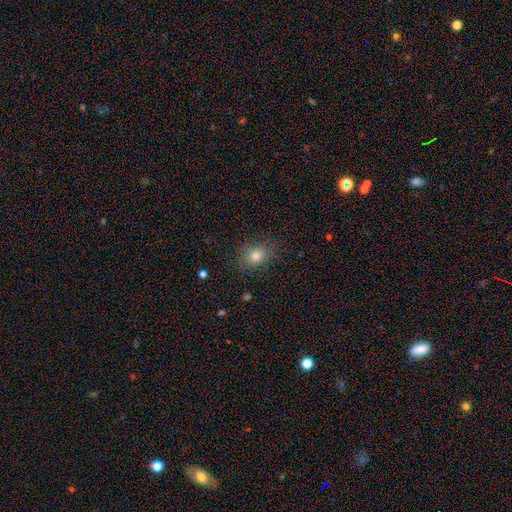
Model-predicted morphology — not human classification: The model was most divided on "how rounded": round: 51%, in between: 48%, cigar-shaped: 1%. More confident: merging — none (83%); smooth or featured — smooth (80%).